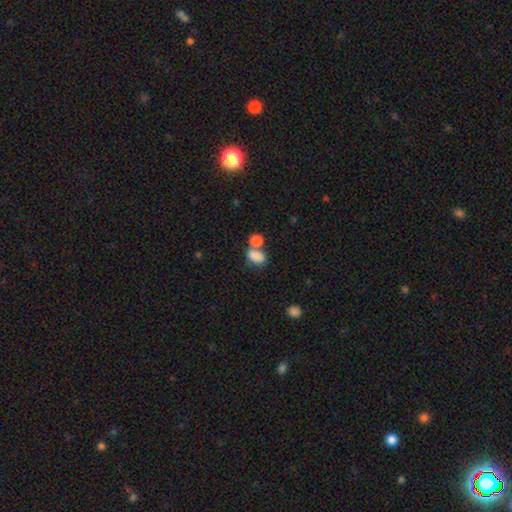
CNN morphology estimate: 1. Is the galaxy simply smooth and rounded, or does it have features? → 83% smooth, 10% star or artifact, 7% featured or disk.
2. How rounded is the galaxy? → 78% in between, 20% round, 2% cigar-shaped.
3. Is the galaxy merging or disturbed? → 44% merger, 37% none, 12% minor disturbance, 7% major disturbance.